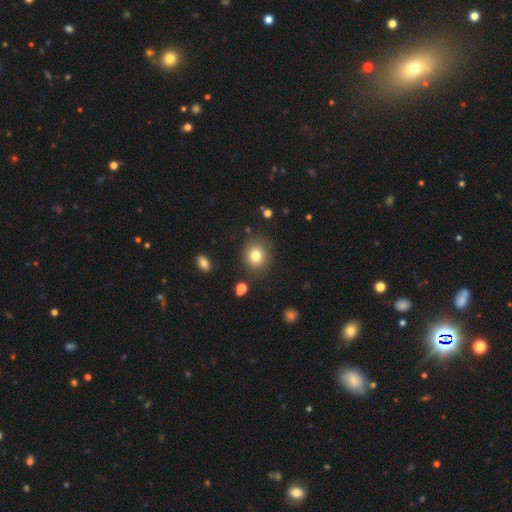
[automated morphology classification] Smooth or featured: smooth — 79% (star or artifact — 12%)
How rounded: round — 82% (in between — 17%)
Merging: none — 85% (minor disturbance — 9%)